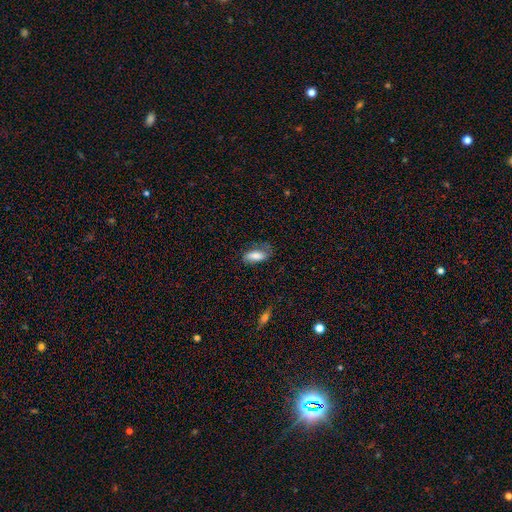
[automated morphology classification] Overall: smooth (75%). How rounded: in between (81%). Merging: none (59%; minor disturbance 27%).